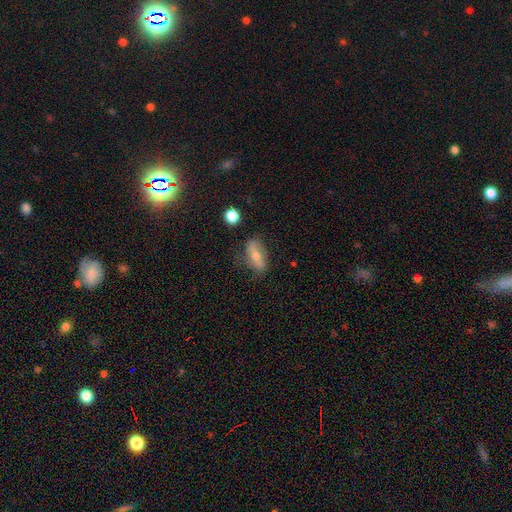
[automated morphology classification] smooth-or-featured: featured or disk: 47% | smooth: 40% | star or artifact: 12%
  merging: none: 74% | minor disturbance: 18% | major disturbance: 6% | merger: 2%